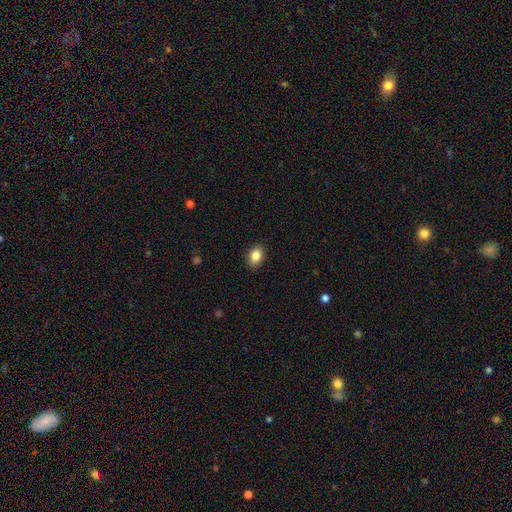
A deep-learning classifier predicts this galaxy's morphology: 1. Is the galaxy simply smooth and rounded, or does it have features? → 87% smooth, 8% star or artifact, 5% featured or disk.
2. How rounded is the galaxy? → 74% in between, 25% round, 1% cigar-shaped.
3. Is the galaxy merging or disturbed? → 90% none, 7% minor disturbance, 2% major disturbance, 1% merger.